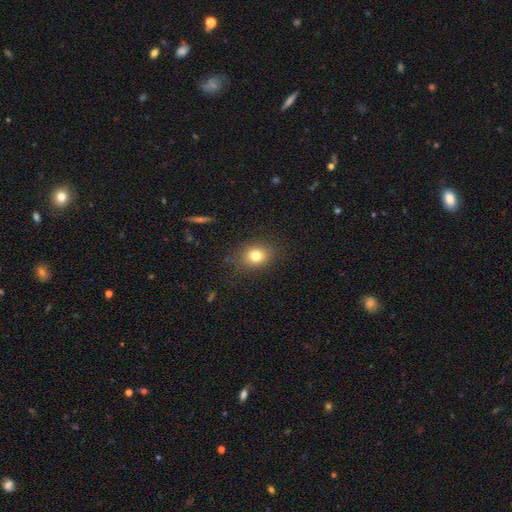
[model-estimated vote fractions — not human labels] Smooth or featured? smooth (78%)
How rounded? in between (50%)
Merging? none (83%)